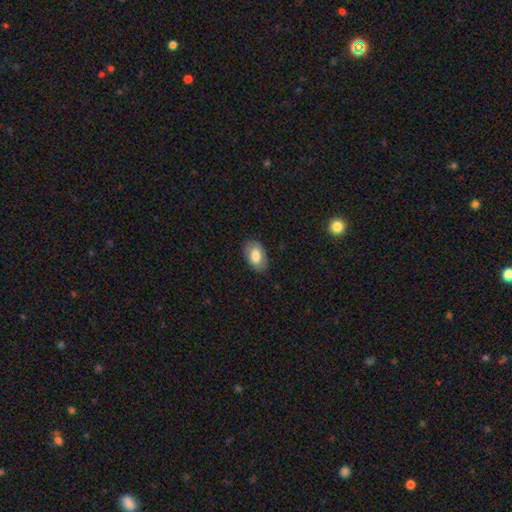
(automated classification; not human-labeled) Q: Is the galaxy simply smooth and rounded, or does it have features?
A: smooth — 78%.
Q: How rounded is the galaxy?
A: in between — 93%.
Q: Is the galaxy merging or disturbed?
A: none — 83%.